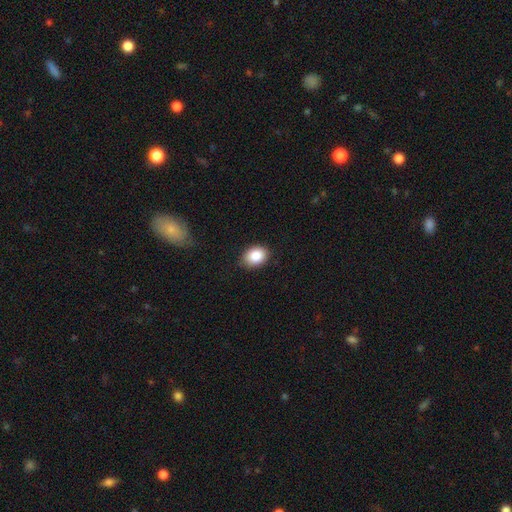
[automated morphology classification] A smooth galaxy with no disk features (87%) that is in between round and cigar-shaped (66%).

Vote fractions:
- Smooth or featured? smooth: 87% / star or artifact: 8% / featured or disk: 5%
- How rounded? in between: 66% / round: 33% / cigar-shaped: 1%
- Merging? none: 85% / minor disturbance: 11% / major disturbance: 2% / merger: 1%